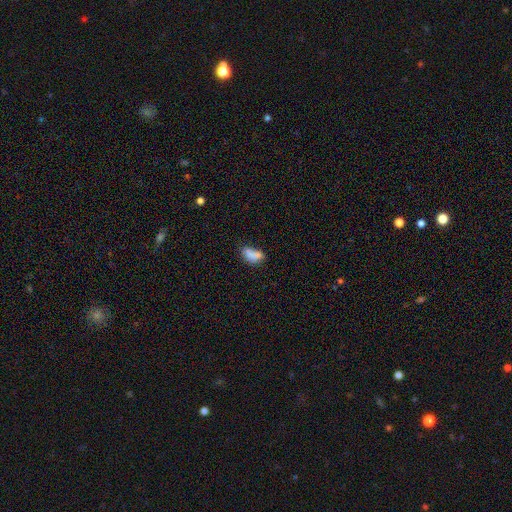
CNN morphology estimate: Q: Smooth or featured?
A: smooth (78%); runner-up: featured or disk (11%)
Q: How rounded?
A: in between (89%); runner-up: cigar-shaped (6%)
Q: Merging?
A: none (42%); runner-up: minor disturbance (32%)